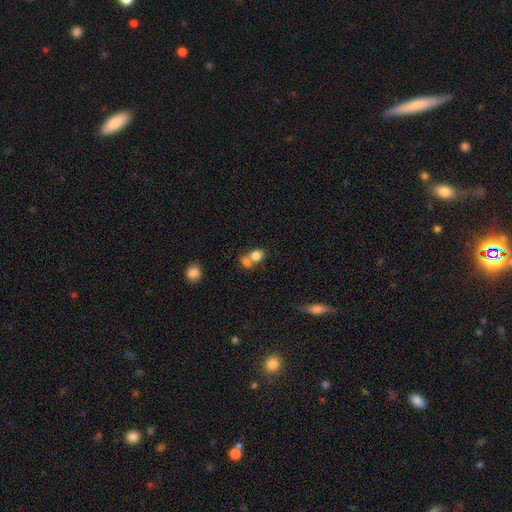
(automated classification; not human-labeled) This is clearly a smooth galaxy (80%). How rounded: possibly round (54%). Merging: possibly merger (56%).